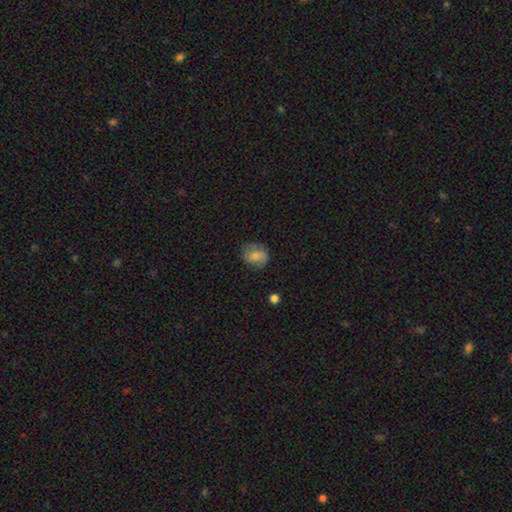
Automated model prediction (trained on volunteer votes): Smooth or featured: smooth — 70% (featured or disk — 21%)
How rounded: round — 57% (in between — 41%)
Merging: none — 71% (minor disturbance — 21%)